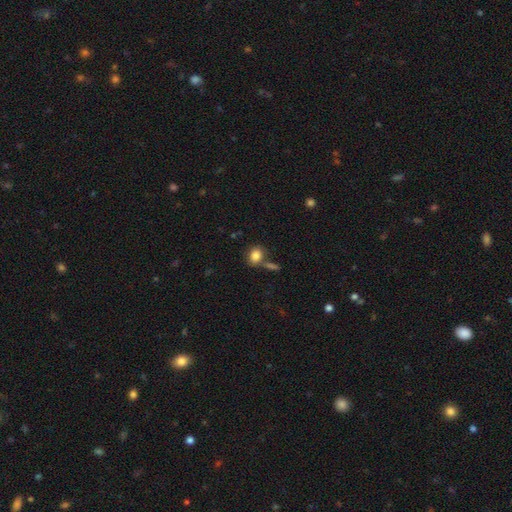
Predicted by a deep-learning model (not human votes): smooth-or-featured: smooth: 84% | star or artifact: 9% | featured or disk: 7%
  how-rounded: in between: 57% | round: 42% | cigar-shaped: 1%
  merging: none: 63% | merger: 18% | minor disturbance: 14% | major disturbance: 5%